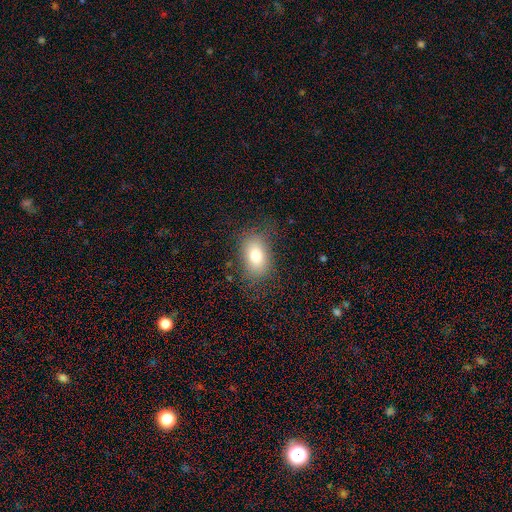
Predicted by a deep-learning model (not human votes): Overall: smooth (78%). How rounded: in between (84%). Merging: none (77%).